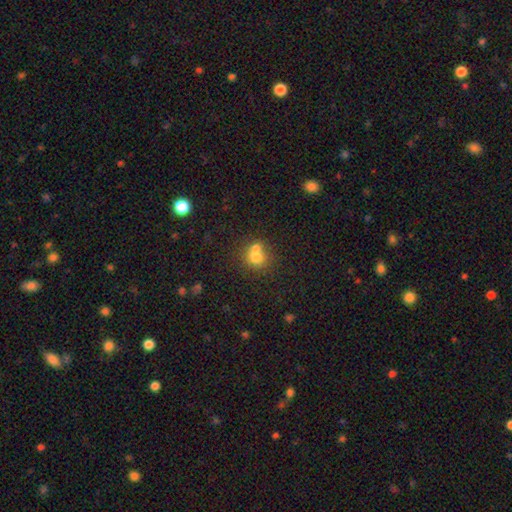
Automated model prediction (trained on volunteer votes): A smooth galaxy with no disk features (70%) that is round (77%). Merging: merger (56%).